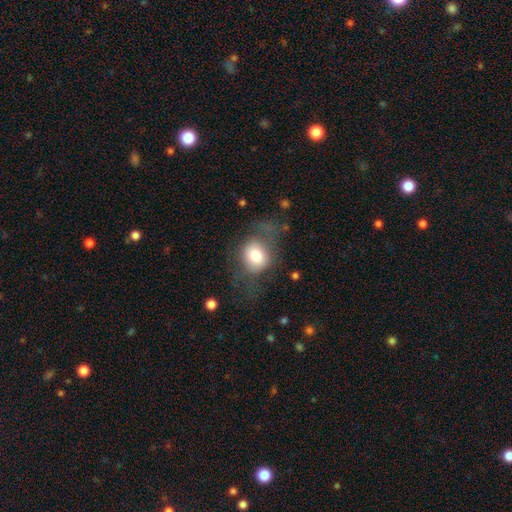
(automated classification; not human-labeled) Q: Smooth or featured?
A: smooth (73%); runner-up: featured or disk (18%)
Q: How rounded?
A: round (62%); runner-up: in between (37%)
Q: Merging?
A: none (53%); runner-up: major disturbance (23%)